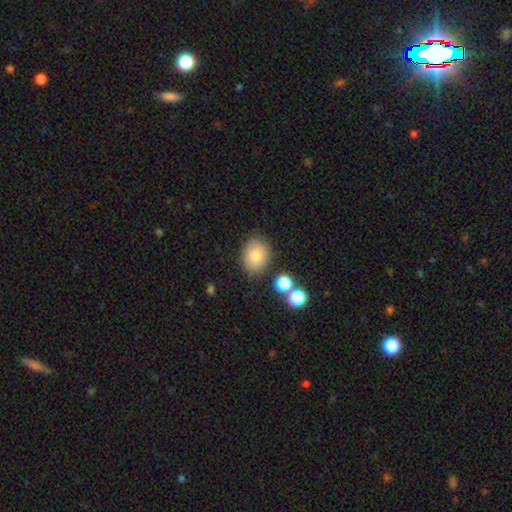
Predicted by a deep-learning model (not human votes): Smooth or featured: smooth — 82% (star or artifact — 10%)
How rounded: in between — 53% (round — 46%)
Merging: none — 82% (minor disturbance — 11%)